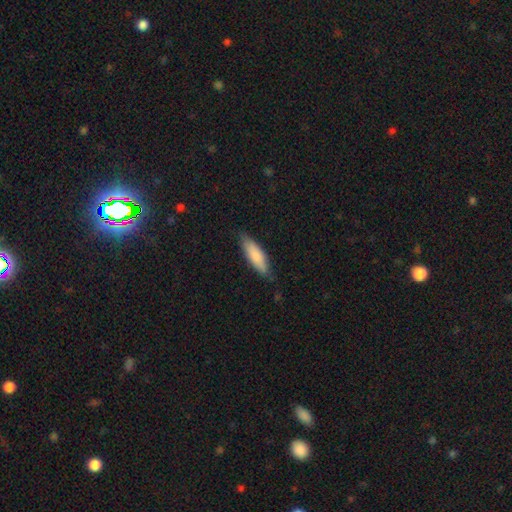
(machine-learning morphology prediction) This is clearly a smooth galaxy (83%). How rounded: possibly cigar-shaped (54%). Merging: clearly none (81%).